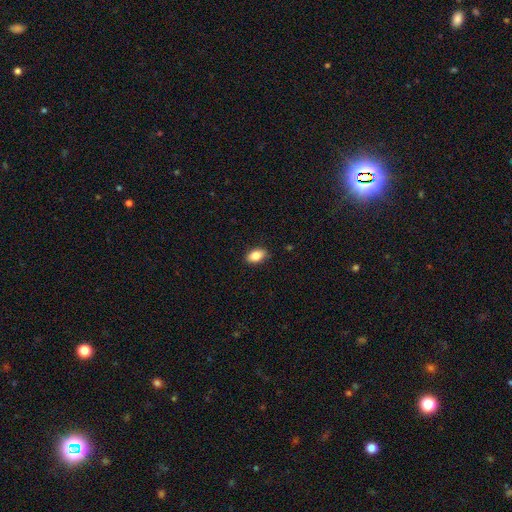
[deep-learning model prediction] Q: Smooth or featured?
A: smooth (85%); runner-up: featured or disk (8%)
Q: How rounded?
A: in between (90%); runner-up: round (7%)
Q: Merging?
A: none (87%); runner-up: minor disturbance (10%)